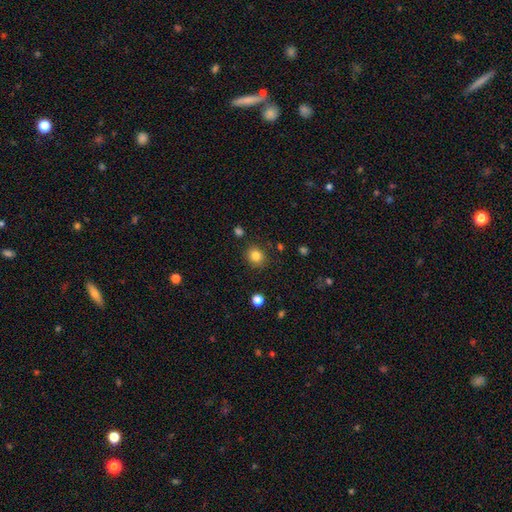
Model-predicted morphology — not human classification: This is clearly a smooth galaxy (83%). How rounded: likely round (76%). Merging: clearly none (85%).